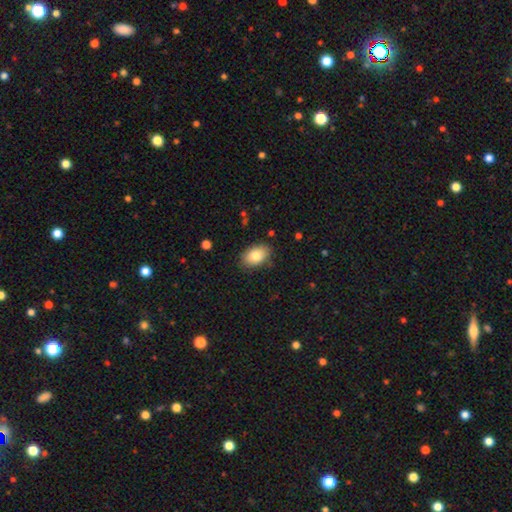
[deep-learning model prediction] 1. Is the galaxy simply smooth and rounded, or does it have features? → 81% smooth, 12% featured or disk, 7% star or artifact.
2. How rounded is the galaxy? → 87% in between, 11% round, 1% cigar-shaped.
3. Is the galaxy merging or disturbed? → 85% none, 12% minor disturbance, 2% major disturbance, 1% merger.